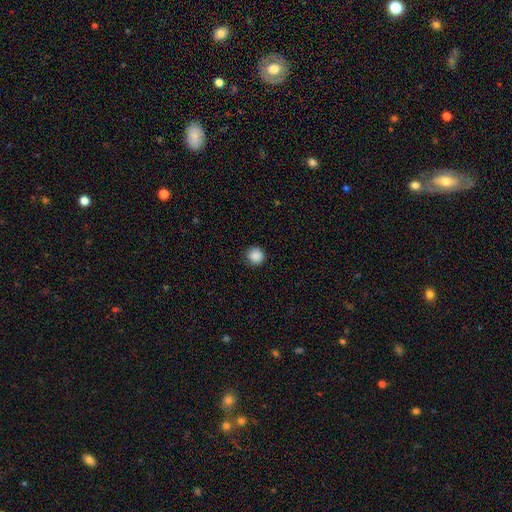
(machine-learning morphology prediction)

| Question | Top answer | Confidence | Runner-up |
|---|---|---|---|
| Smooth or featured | smooth | 88% | star or artifact (10%) |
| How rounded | round | 95% | in between (4%) |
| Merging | none | 90% | minor disturbance (7%) |